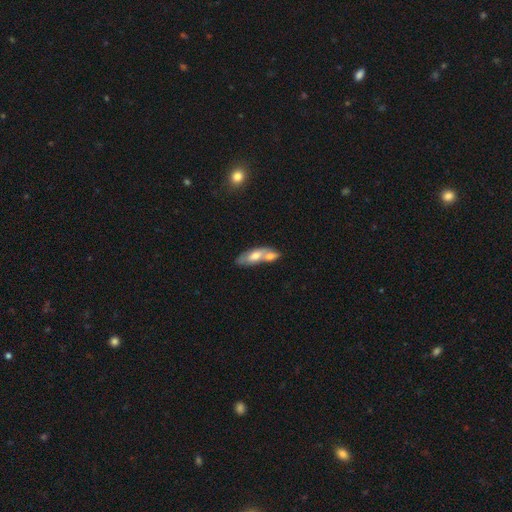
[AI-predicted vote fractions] Q: Smooth or featured?
A: smooth (54%); runner-up: featured or disk (40%)
Q: How rounded?
A: in between (75%); runner-up: cigar-shaped (21%)
Q: Merging?
A: merger (60%); runner-up: none (26%)